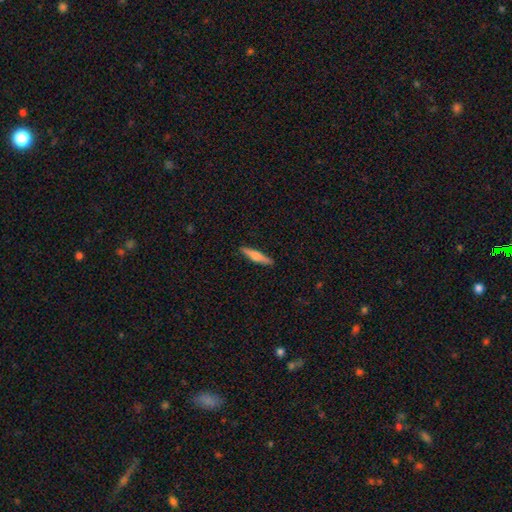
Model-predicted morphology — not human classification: A smooth galaxy with no disk features (58%) that is cigar-shaped (87%). Merging: none (90%).